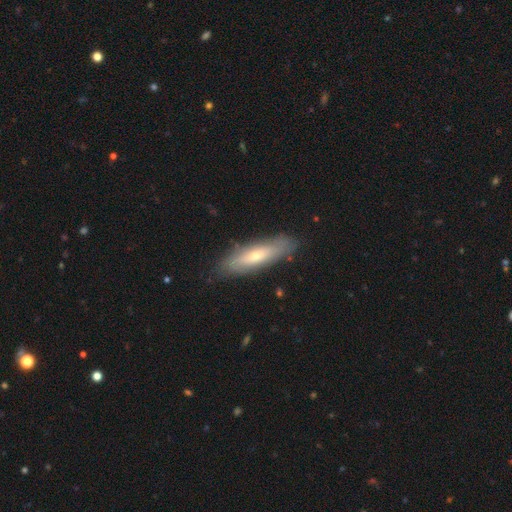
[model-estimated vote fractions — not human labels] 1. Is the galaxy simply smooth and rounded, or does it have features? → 49% smooth, 45% featured or disk, 6% star or artifact.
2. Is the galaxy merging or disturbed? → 83% none, 13% minor disturbance, 3% major disturbance, 1% merger.